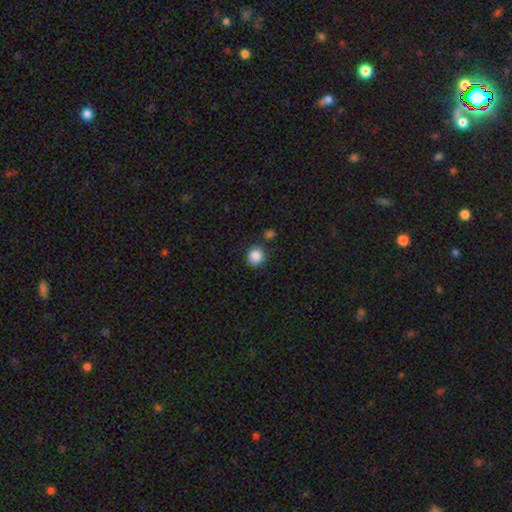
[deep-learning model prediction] Q: Smooth or featured?
A: smooth (87%); runner-up: star or artifact (10%)
Q: How rounded?
A: round (91%); runner-up: in between (8%)
Q: Merging?
A: none (82%); runner-up: minor disturbance (10%)